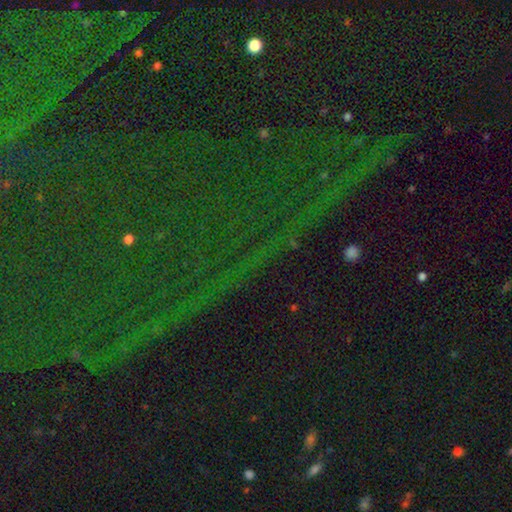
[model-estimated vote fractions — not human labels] This is clearly a star or artifact rather than a galaxy (85%).